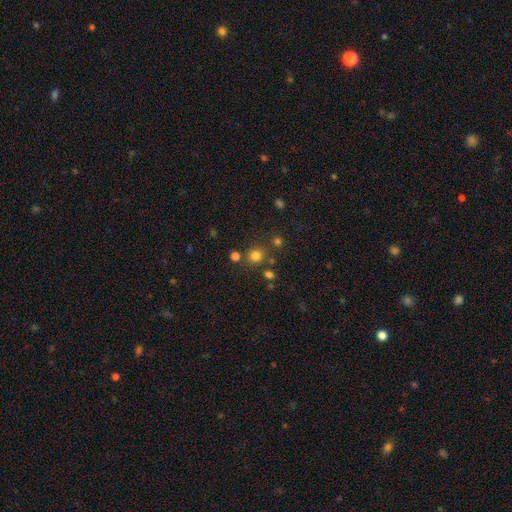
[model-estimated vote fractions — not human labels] This is likely a smooth galaxy (76%). How rounded: clearly round (88%). Merging: likely none (78%).